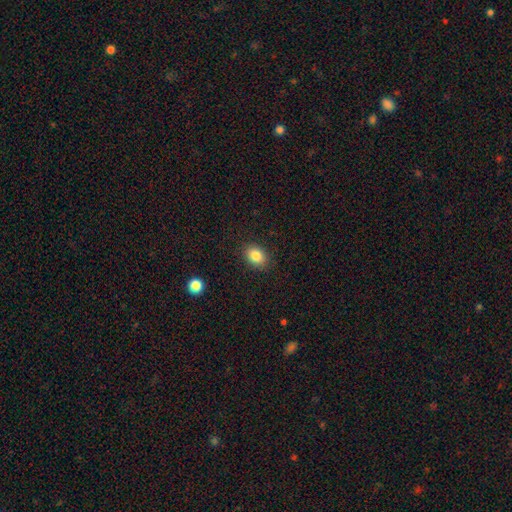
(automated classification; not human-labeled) A smooth galaxy with no disk features (85%) that is in between round and cigar-shaped (64%).

Vote fractions:
- Smooth or featured? smooth: 85% / star or artifact: 9% / featured or disk: 6%
- How rounded? in between: 64% / round: 35% / cigar-shaped: 1%
- Merging? none: 88% / minor disturbance: 9% / major disturbance: 2% / merger: 1%